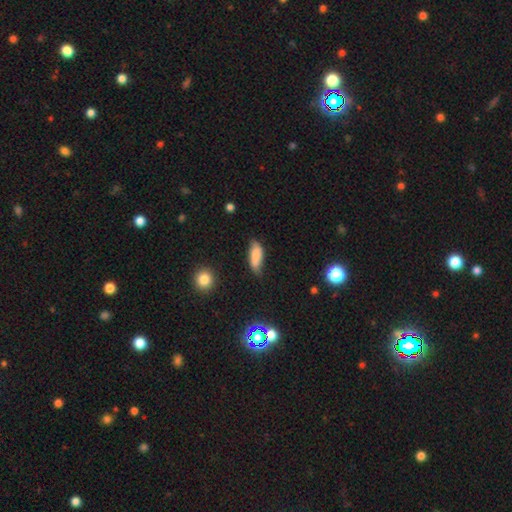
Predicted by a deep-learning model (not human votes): Morphology: type=smooth (79%); roundness=in between (76%); merging=none (61%).